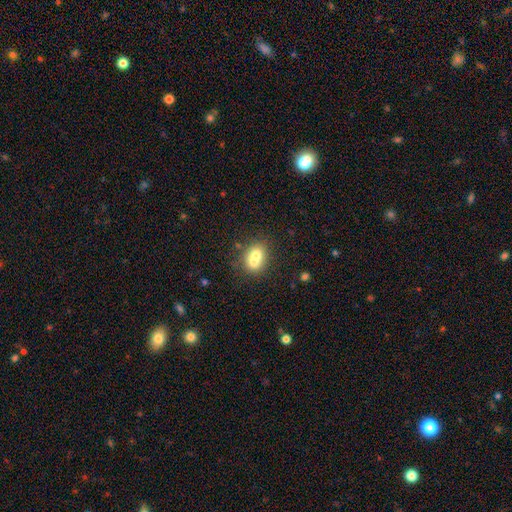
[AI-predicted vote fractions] smooth-or-featured: smooth: 68% | featured or disk: 22% | star or artifact: 10%
  how-rounded: round: 50% | in between: 48% | cigar-shaped: 1%
  merging: merger: 55% | none: 32% | minor disturbance: 9% | major disturbance: 3%